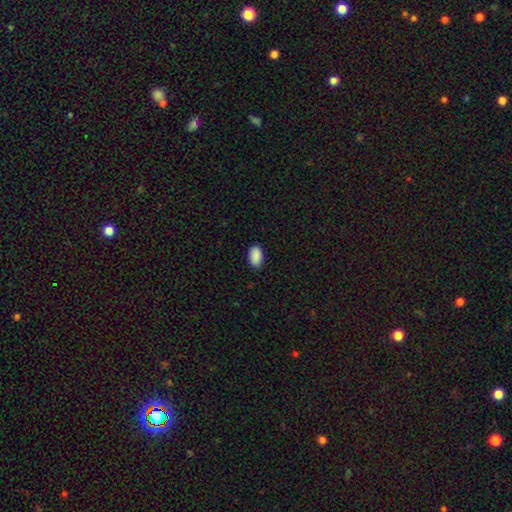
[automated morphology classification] A smooth galaxy with no disk features (90%) that is in between round and cigar-shaped (94%).

Vote fractions:
- Smooth or featured? smooth: 90% / star or artifact: 7% / featured or disk: 3%
- How rounded? in between: 94% / round: 5% / cigar-shaped: 2%
- Merging? none: 87% / minor disturbance: 10% / major disturbance: 2% / merger: 1%